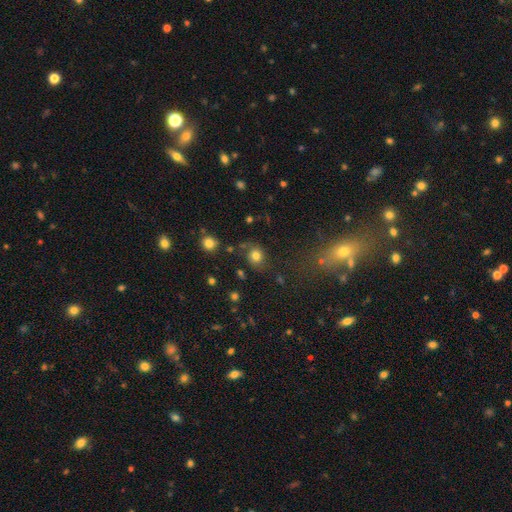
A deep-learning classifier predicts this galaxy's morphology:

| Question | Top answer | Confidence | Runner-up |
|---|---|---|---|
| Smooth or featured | smooth | 74% | star or artifact (15%) |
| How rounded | round | 74% | in between (25%) |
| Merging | none | 68% | minor disturbance (18%) |